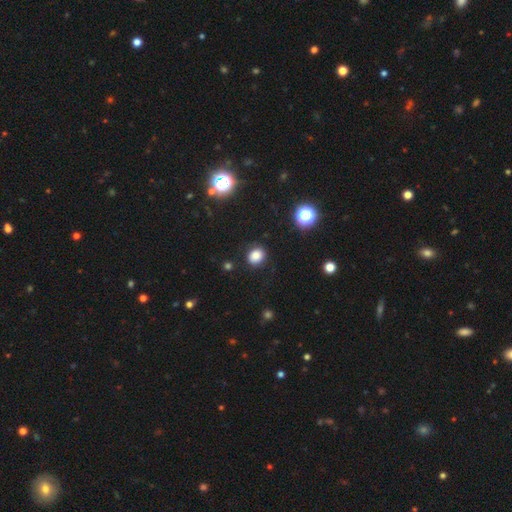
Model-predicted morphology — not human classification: Smooth or featured?
  - smooth: 82% *
  - star or artifact: 13%
  - featured or disk: 5%
How rounded?
  - round: 65% *
  - in between: 34%
  - cigar-shaped: 1%
Merging?
  - none: 87% *
  - minor disturbance: 9%
  - major disturbance: 3%
  - merger: 1%